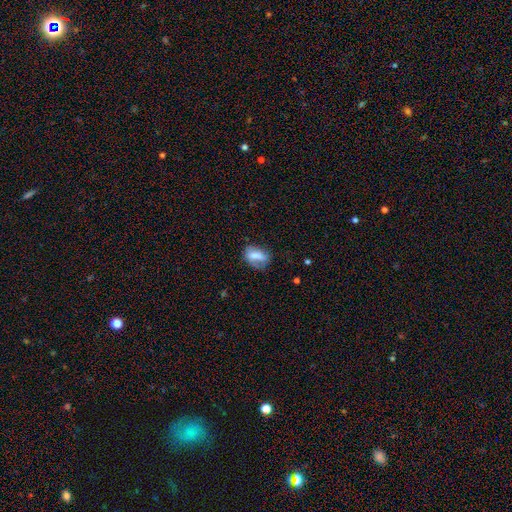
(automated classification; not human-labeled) A smooth galaxy with no disk features (69%) that is in between round and cigar-shaped (78%). Merging: none (56%).